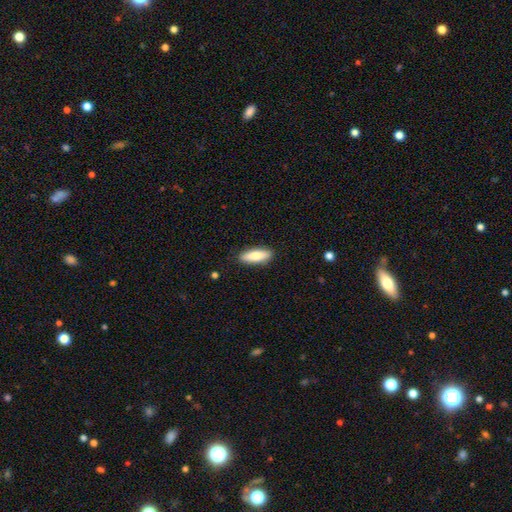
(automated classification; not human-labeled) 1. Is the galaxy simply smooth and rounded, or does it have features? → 78% smooth, 16% featured or disk, 6% star or artifact.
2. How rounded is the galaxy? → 58% in between, 40% cigar-shaped, 2% round.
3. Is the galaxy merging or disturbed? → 88% none, 9% minor disturbance, 2% major disturbance, 1% merger.